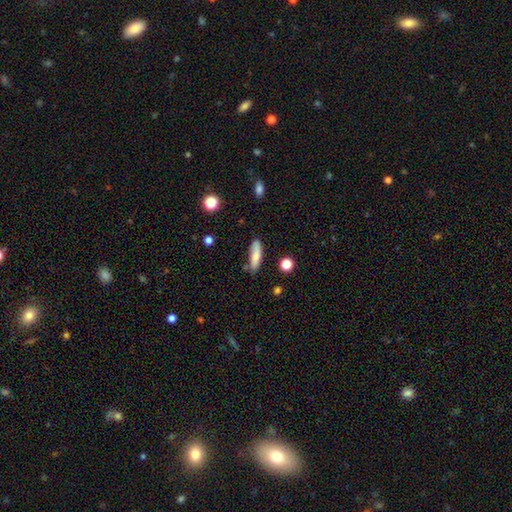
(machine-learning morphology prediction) This appears to be a smooth galaxy with no disk features (77%) that is cigar-shaped (61%). Merging: none (73%).